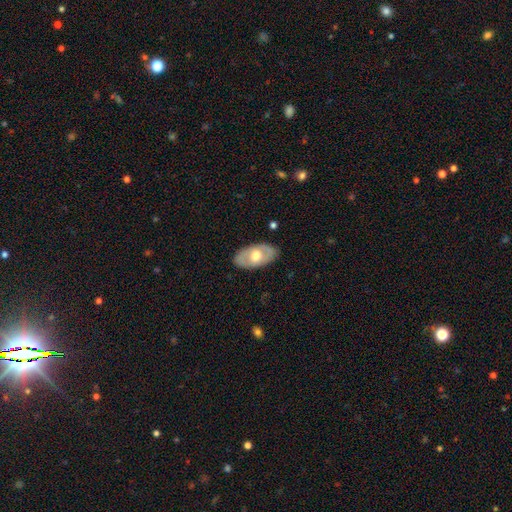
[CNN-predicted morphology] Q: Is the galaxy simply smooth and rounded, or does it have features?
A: smooth — 48%.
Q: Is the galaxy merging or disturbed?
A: none — 84%.